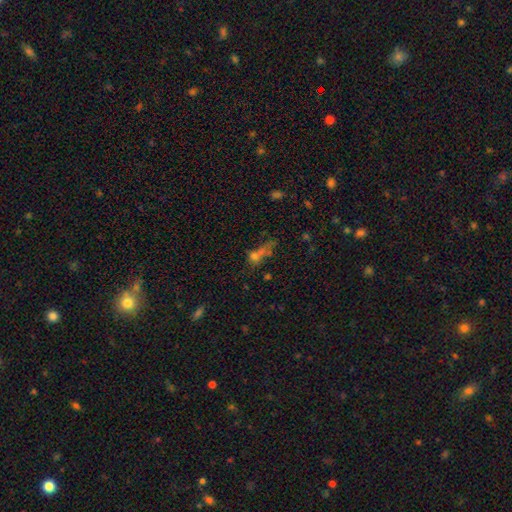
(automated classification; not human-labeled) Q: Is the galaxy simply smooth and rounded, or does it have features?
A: smooth — 47%.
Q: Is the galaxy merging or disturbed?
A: none — 38%.